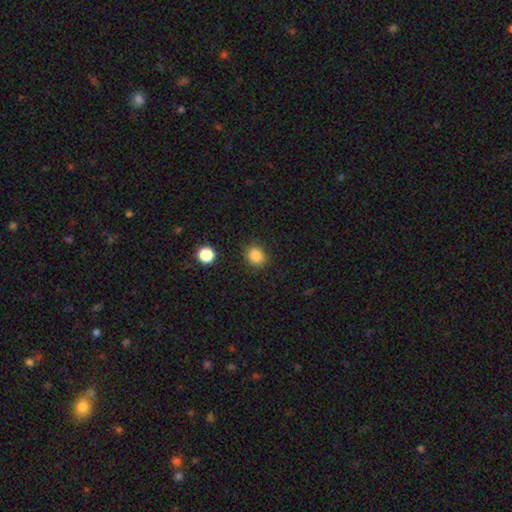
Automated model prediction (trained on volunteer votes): smooth 85%, star or artifact 11%, featured or disk 4%. Down the decision tree: how rounded — round (68%); merging — none (87%).